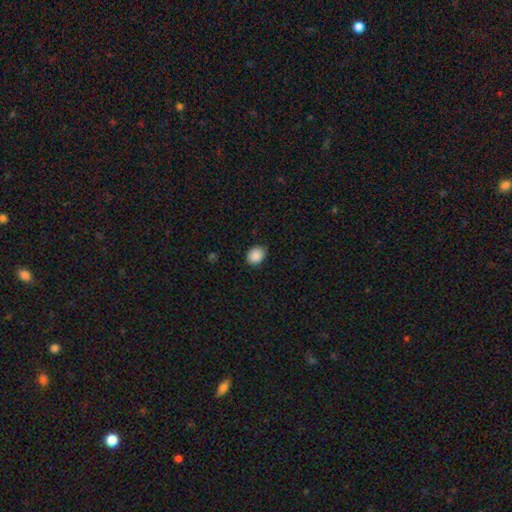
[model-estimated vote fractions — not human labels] Overall: smooth (89%). How rounded: round (59%; in between 41%). Merging: none (80%).